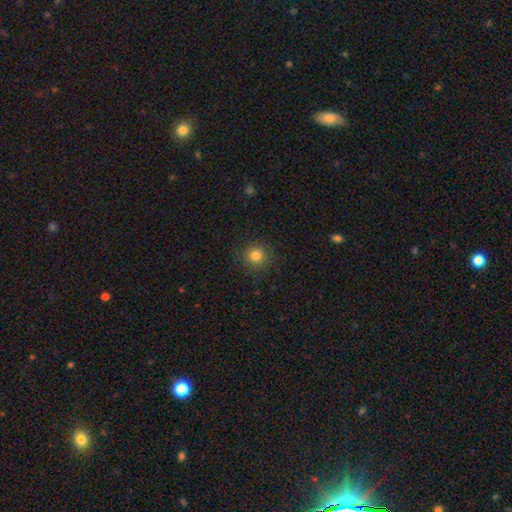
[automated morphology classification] This is clearly a smooth galaxy (82%). How rounded: clearly round (93%). Merging: clearly none (89%).